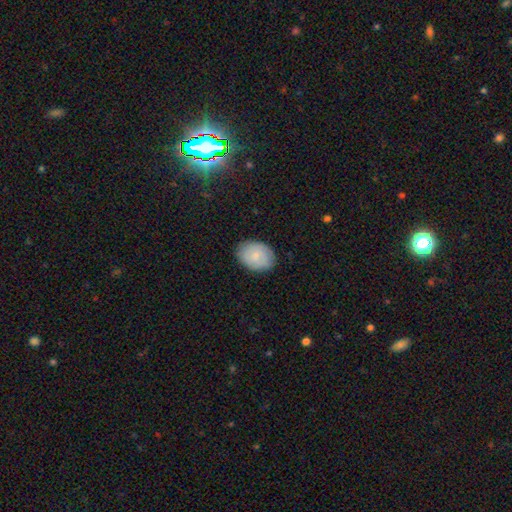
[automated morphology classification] smooth 74%, featured or disk 19%, star or artifact 7%. Down the decision tree: how rounded — in between (70%); merging — none (84%).